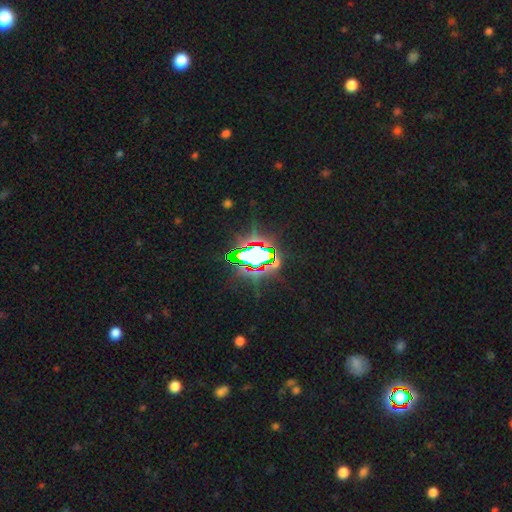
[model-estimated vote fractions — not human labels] This is likely a star or artifact rather than a galaxy (73%).